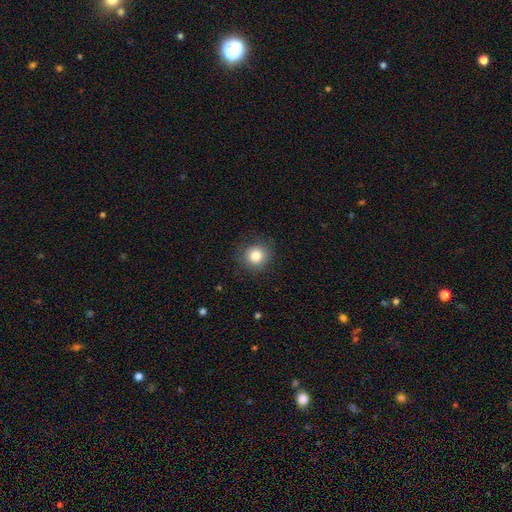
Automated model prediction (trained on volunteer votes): Smooth or featured? smooth (83%)
How rounded? round (90%)
Merging? none (86%)